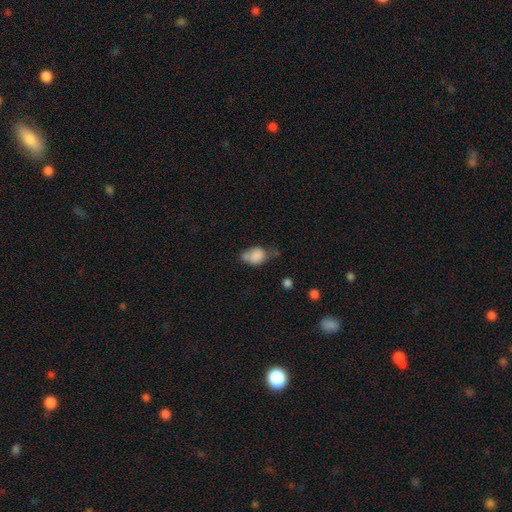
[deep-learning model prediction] The model was most divided on "merging": none: 33%, minor disturbance: 30%, merger: 22%, major disturbance: 15%. More confident: smooth or featured — smooth (80%); how rounded — in between (69%).